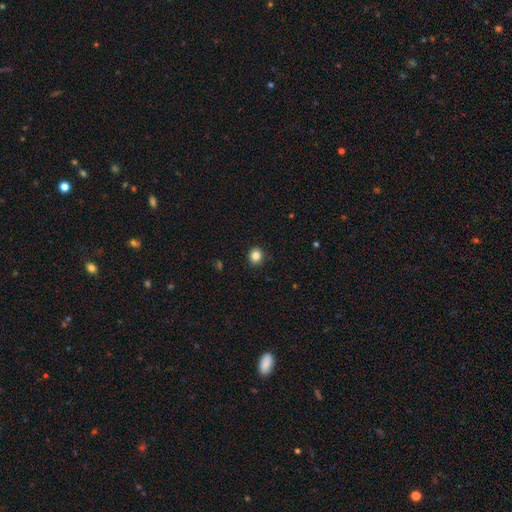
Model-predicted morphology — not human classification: Smooth or featured?
  - smooth: 85% *
  - star or artifact: 10%
  - featured or disk: 4%
How rounded?
  - round: 76% *
  - in between: 23%
  - cigar-shaped: 1%
Merging?
  - none: 90% *
  - minor disturbance: 7%
  - major disturbance: 2%
  - merger: 1%